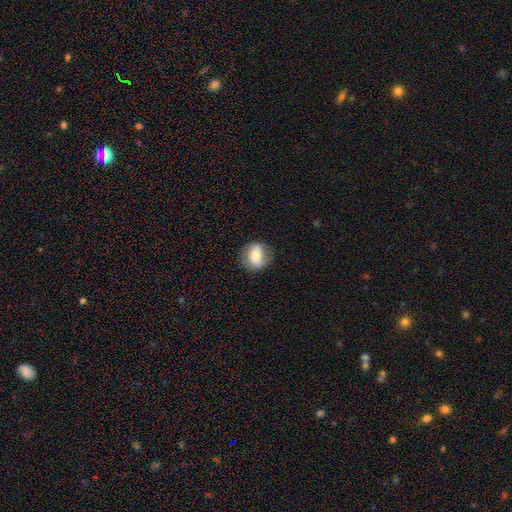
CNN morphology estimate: smooth_or_featured: smooth (p=0.66) [alt: featured or disk p=0.27]
how_rounded: round (p=0.55) [alt: in between p=0.43]
merging: none (p=0.77) [alt: minor disturbance p=0.16]